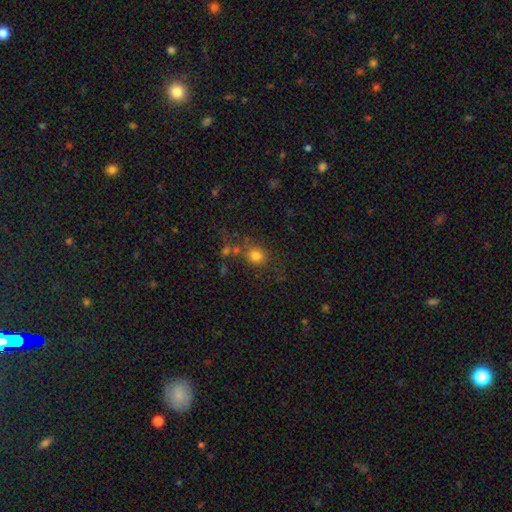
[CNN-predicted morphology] This appears to be a smooth galaxy with no disk features (77%) that is round (74%). Merging: none (65%).